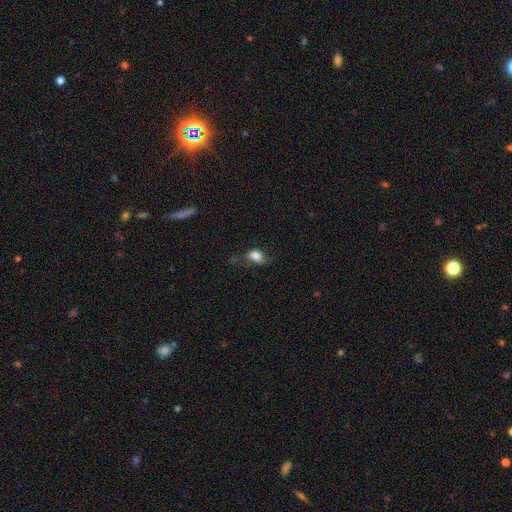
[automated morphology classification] smooth_or_featured: smooth (p=0.76) [alt: featured or disk p=0.14]
how_rounded: in between (p=0.75) [alt: round p=0.23]
merging: none (p=0.43) [alt: minor disturbance p=0.30]